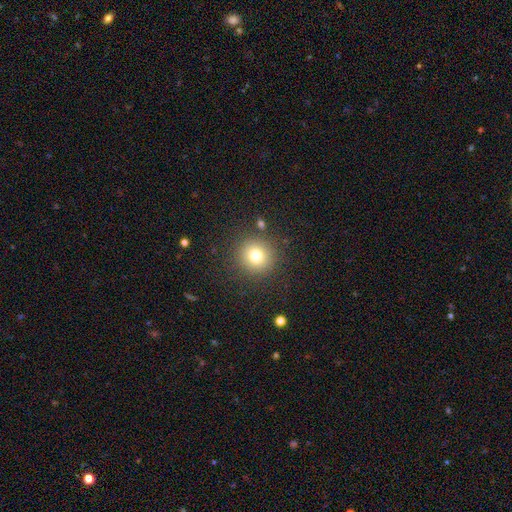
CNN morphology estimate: smooth 76%, star or artifact 14%, featured or disk 10%. Down the decision tree: how rounded — round (93%); merging — none (87%).